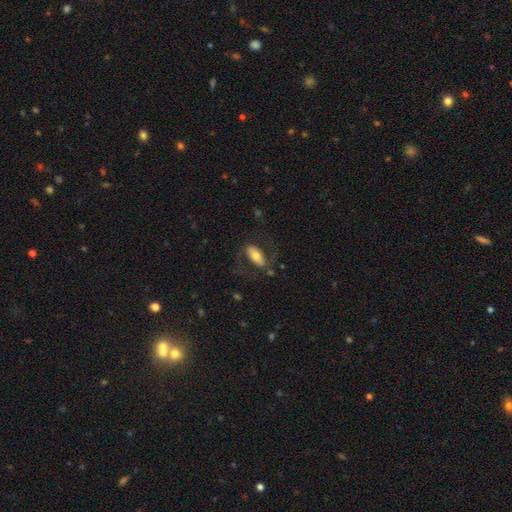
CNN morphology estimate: smooth_or_featured: smooth (p=0.52) [alt: featured or disk p=0.41]
how_rounded: in between (p=0.85) [alt: cigar-shaped p=0.11]
merging: none (p=0.65) [alt: major disturbance p=0.17]